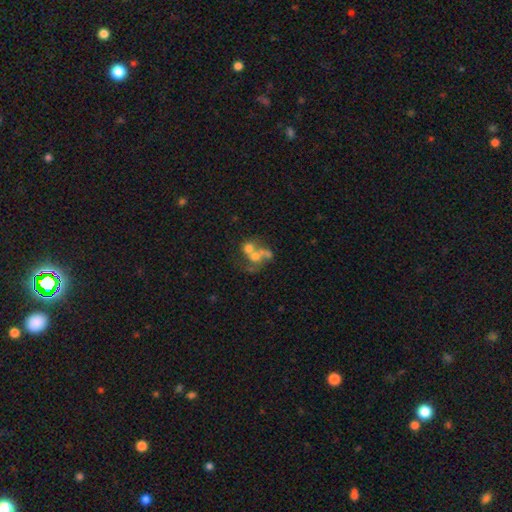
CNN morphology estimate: Smooth or featured?
  - featured or disk: 47% *
  - smooth: 37%
  - star or artifact: 16%
Merging?
  - merger: 58% *
  - none: 20%
  - major disturbance: 14%
  - minor disturbance: 8%